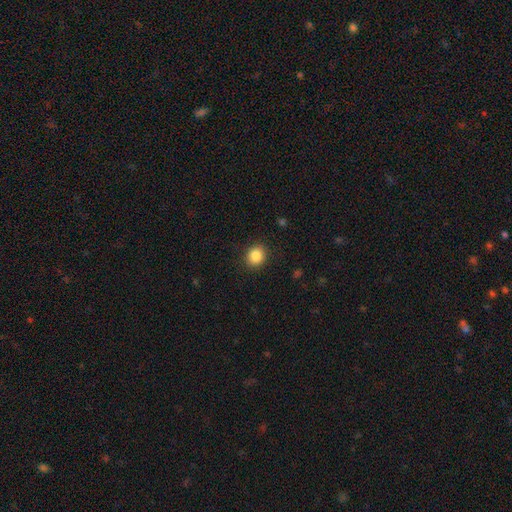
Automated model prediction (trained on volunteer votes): smooth_or_featured: smooth (p=0.86) [alt: star or artifact p=0.10]
how_rounded: round (p=0.79) [alt: in between p=0.20]
merging: none (p=0.90) [alt: minor disturbance p=0.07]